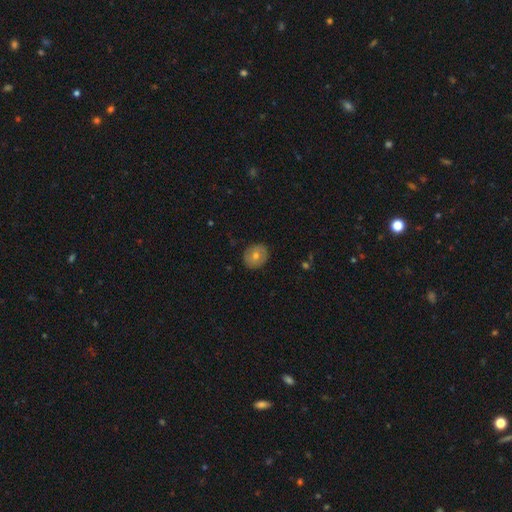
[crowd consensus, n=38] Morphology: type=smooth (66%); roundness=round (84%); merging=none (89%).